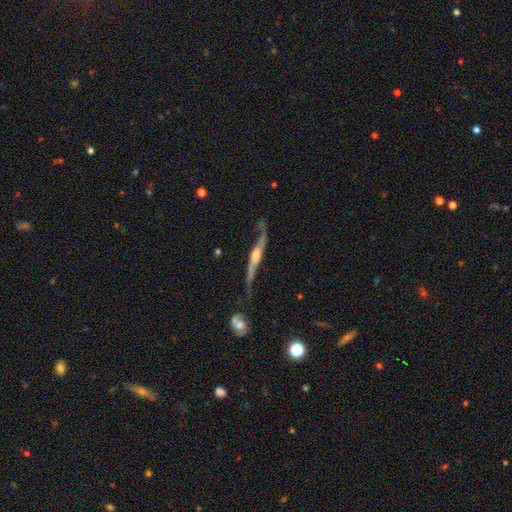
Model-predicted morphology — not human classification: smooth_or_featured: featured or disk (p=0.84) [alt: smooth p=0.10]
disk_edge_on: yes (p=0.64) [alt: no p=0.36]
edge_on_bulge: rounded (p=0.74) [alt: boxy p=0.15]
merging: none (p=0.51) [alt: minor disturbance p=0.23]